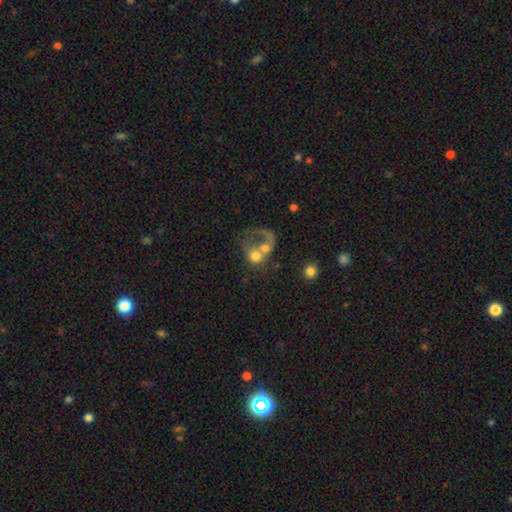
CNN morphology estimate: A smooth galaxy with no disk features (47%).

Vote fractions:
- Smooth or featured? smooth: 47% / featured or disk: 43% / star or artifact: 10%
- Merging? merger: 61% / major disturbance: 18% / none: 14% / minor disturbance: 6%